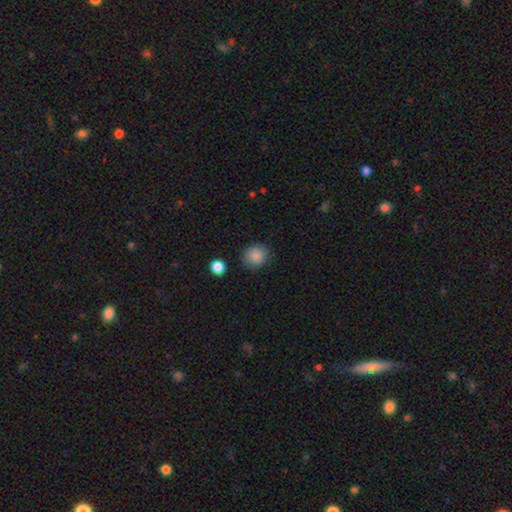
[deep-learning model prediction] A smooth galaxy with no disk features (88%) that is round (81%).

Vote fractions:
- Smooth or featured? smooth: 88% / star or artifact: 9% / featured or disk: 4%
- How rounded? round: 81% / in between: 18% / cigar-shaped: 1%
- Merging? none: 84% / minor disturbance: 11% / major disturbance: 3% / merger: 2%